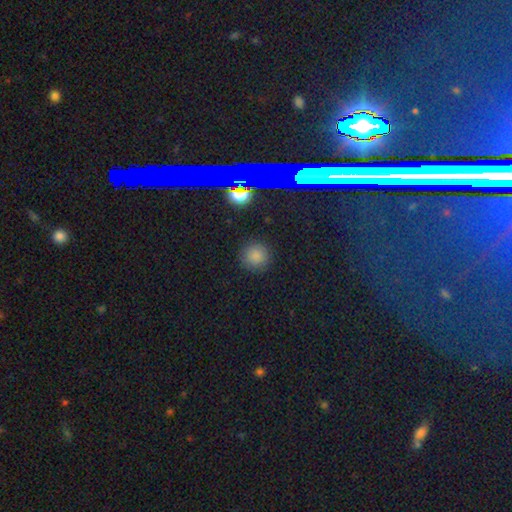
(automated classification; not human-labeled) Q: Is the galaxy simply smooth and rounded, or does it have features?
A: smooth — 79%.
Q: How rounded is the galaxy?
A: round — 94%.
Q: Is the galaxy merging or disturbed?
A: none — 90%.